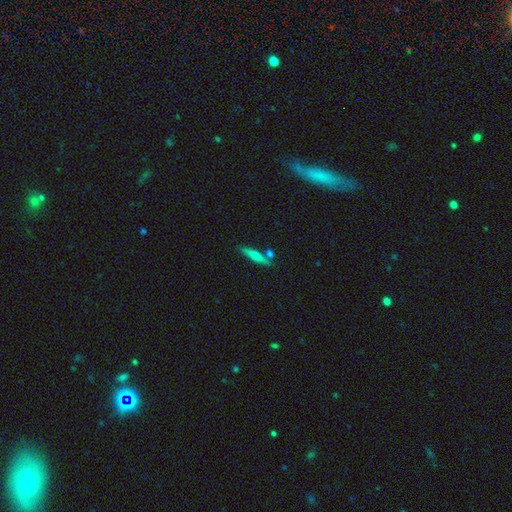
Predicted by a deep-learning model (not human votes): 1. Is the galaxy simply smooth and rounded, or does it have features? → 61% smooth, 32% featured or disk, 7% star or artifact.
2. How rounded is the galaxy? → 87% cigar-shaped, 11% in between, 2% round.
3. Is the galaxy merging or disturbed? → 73% none, 13% minor disturbance, 12% merger, 3% major disturbance.